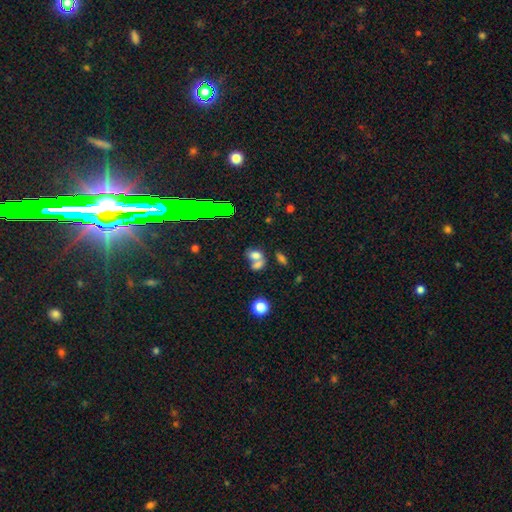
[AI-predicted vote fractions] A smooth galaxy with no disk features (68%) that is in between round and cigar-shaped (75%).

Vote fractions:
- Smooth or featured? smooth: 68% / featured or disk: 17% / star or artifact: 15%
- How rounded? in between: 75% / round: 22% / cigar-shaped: 3%
- Merging? merger: 62% / none: 24% / minor disturbance: 8% / major disturbance: 5%